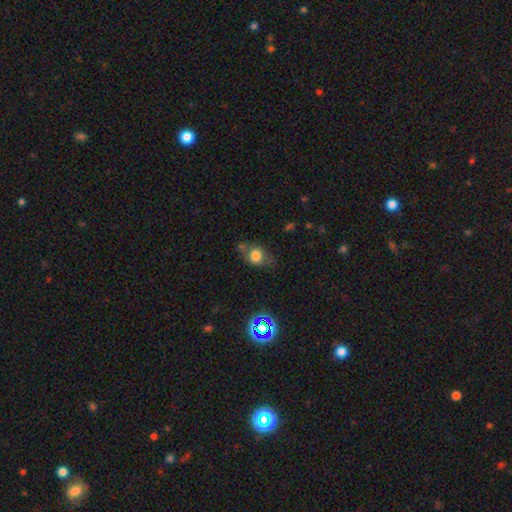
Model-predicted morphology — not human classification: Overall: smooth (72%). How rounded: in between (52%; round 46%). Merging: none (57%; minor disturbance 25%).